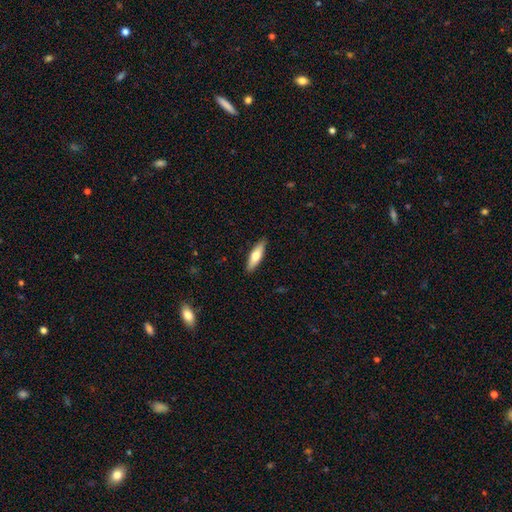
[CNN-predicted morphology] Smooth or featured: smooth — 64% (featured or disk — 31%)
How rounded: cigar-shaped — 57% (in between — 41%)
Merging: none — 90% (minor disturbance — 8%)